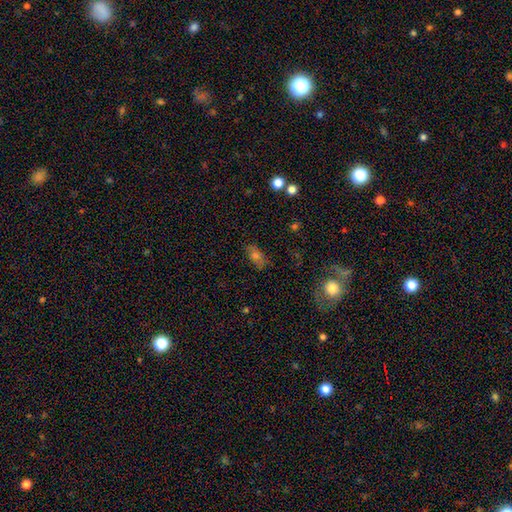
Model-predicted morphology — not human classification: Smooth or featured?
  - smooth: 57% *
  - featured or disk: 24%
  - star or artifact: 19%
How rounded?
  - in between: 79% *
  - round: 14%
  - cigar-shaped: 7%
Merging?
  - none: 78% *
  - minor disturbance: 14%
  - major disturbance: 5%
  - merger: 2%